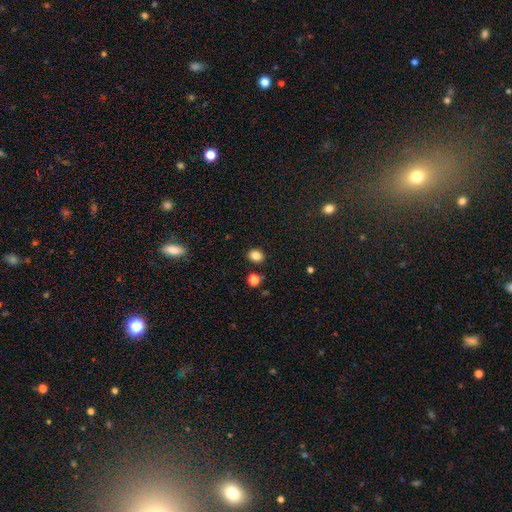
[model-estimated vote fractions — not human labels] Overall: smooth (83%). How rounded: round (52%; in between 47%). Merging: none (87%).